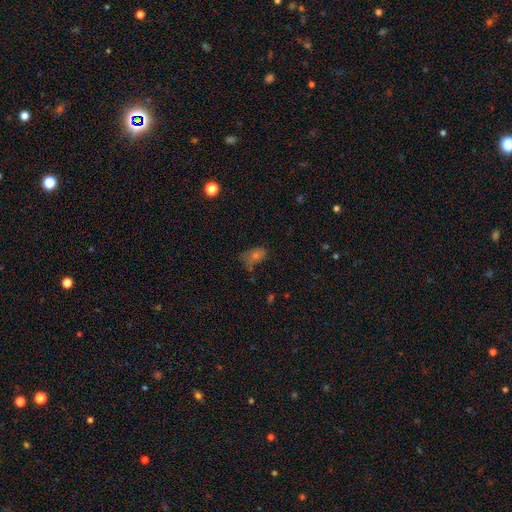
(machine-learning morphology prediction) A smooth galaxy with no disk features (52%) that is in between round and cigar-shaped (76%). Merging: none (51%).